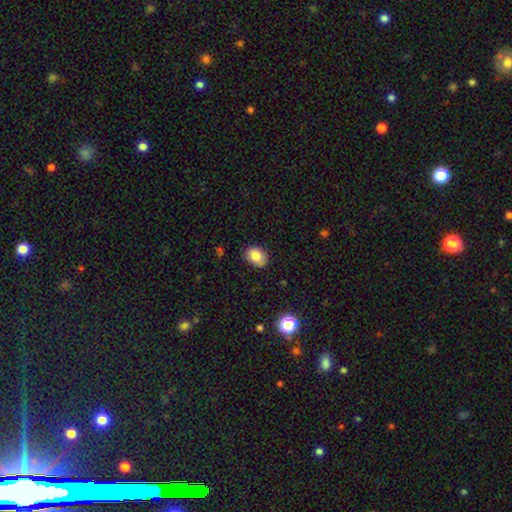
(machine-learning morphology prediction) Q: Smooth or featured?
A: smooth (82%); runner-up: star or artifact (9%)
Q: How rounded?
A: in between (62%); runner-up: round (37%)
Q: Merging?
A: none (80%); runner-up: minor disturbance (16%)